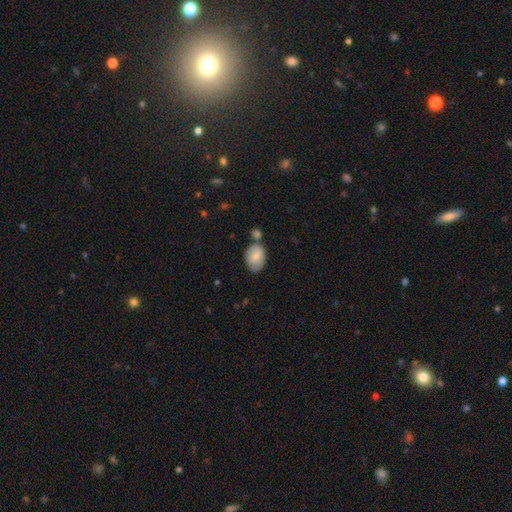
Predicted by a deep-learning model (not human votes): This is likely a smooth galaxy (78%). How rounded: clearly in between (86%). Merging: possibly none (57%).